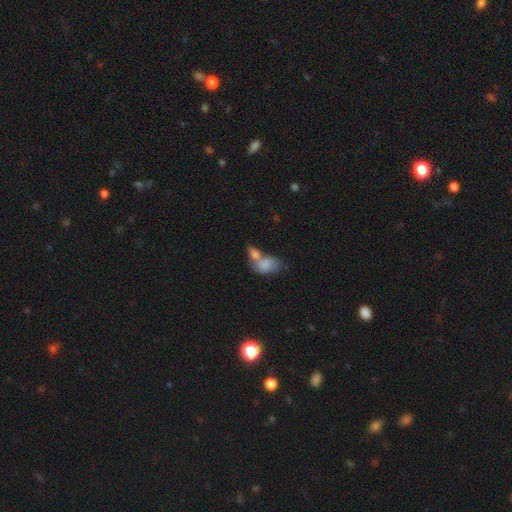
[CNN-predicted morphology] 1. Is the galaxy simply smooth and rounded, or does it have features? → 66% smooth, 22% featured or disk, 13% star or artifact.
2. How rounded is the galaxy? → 80% in between, 16% round, 4% cigar-shaped.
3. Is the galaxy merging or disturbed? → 60% merger, 23% none, 10% minor disturbance, 7% major disturbance.